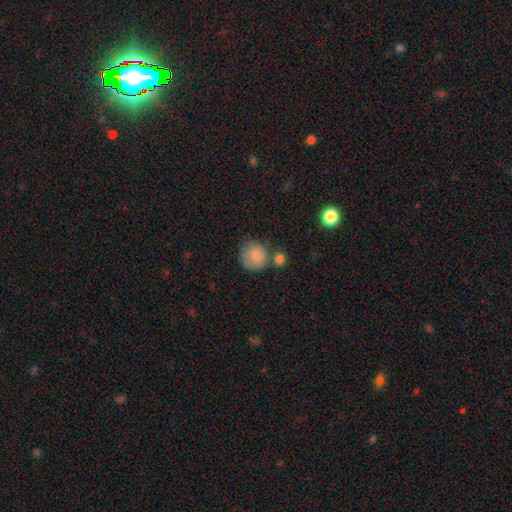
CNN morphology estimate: Smooth or featured?
  - smooth: 84% *
  - featured or disk: 8%
  - star or artifact: 8%
How rounded?
  - round: 87% *
  - in between: 12%
  - cigar-shaped: 1%
Merging?
  - none: 57% *
  - minor disturbance: 18%
  - merger: 18%
  - major disturbance: 7%